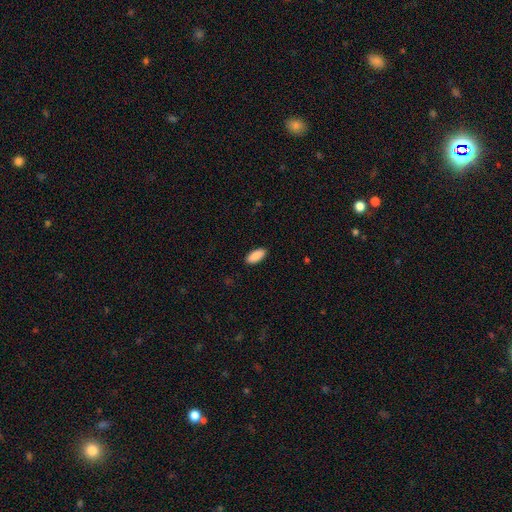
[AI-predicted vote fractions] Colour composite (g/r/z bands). It shows a smooth galaxy with no disk features (90%) that is in between round and cigar-shaped (89%). Merging: none (89%).